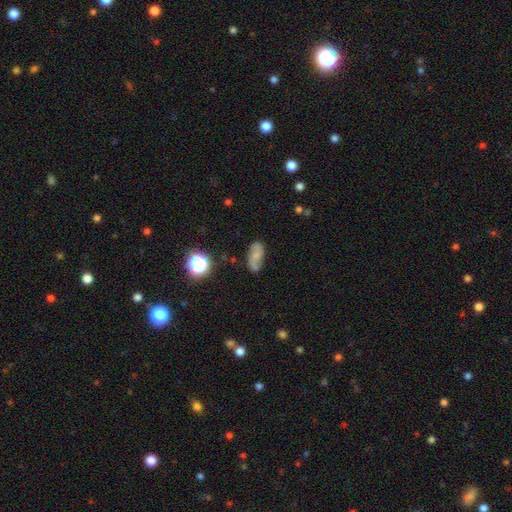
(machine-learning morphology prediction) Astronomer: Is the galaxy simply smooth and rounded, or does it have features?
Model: smooth — 52% (runner-up: featured or disk, 34%).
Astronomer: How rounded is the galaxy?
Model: in between — 84%.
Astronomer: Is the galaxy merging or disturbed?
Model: none — 61%.